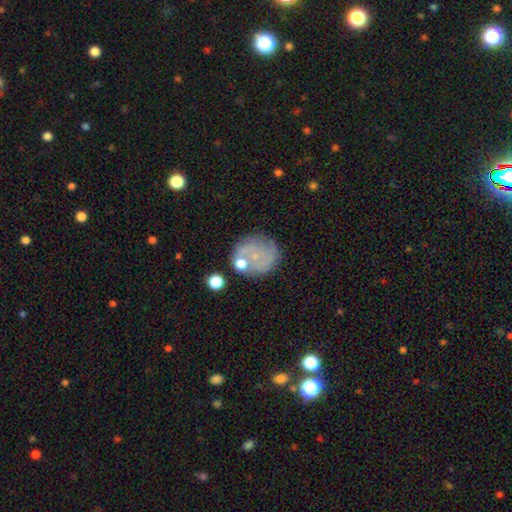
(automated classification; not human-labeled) Smooth or featured? Predicted: smooth (p=0.48). Merging? Predicted: none (p=0.64).